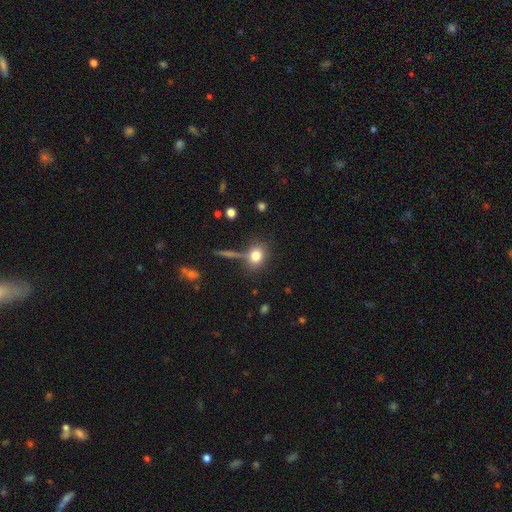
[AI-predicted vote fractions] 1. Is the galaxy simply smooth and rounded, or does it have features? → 79% smooth, 11% star or artifact, 10% featured or disk.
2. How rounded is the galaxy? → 62% round, 36% in between, 2% cigar-shaped.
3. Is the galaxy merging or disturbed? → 68% none, 14% merger, 13% minor disturbance, 6% major disturbance.